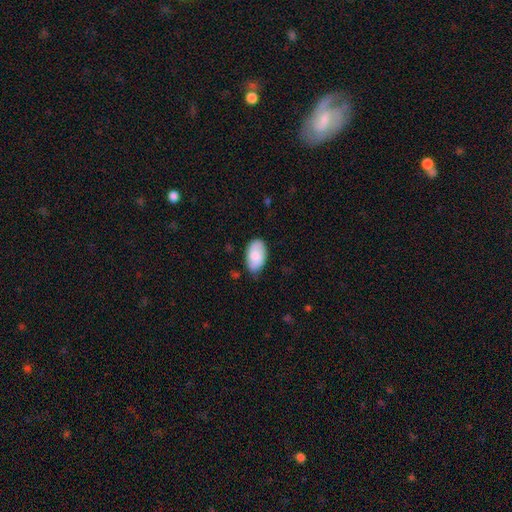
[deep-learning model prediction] Morphology: type=smooth (80%); roundness=in between (95%); merging=none (73%).